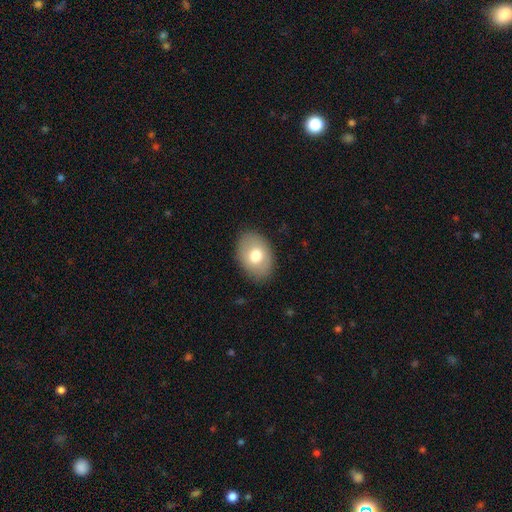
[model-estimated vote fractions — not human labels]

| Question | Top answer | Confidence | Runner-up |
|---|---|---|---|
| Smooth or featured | smooth | 73% | featured or disk (20%) |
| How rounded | in between | 81% | round (18%) |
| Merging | none | 86% | minor disturbance (10%) |